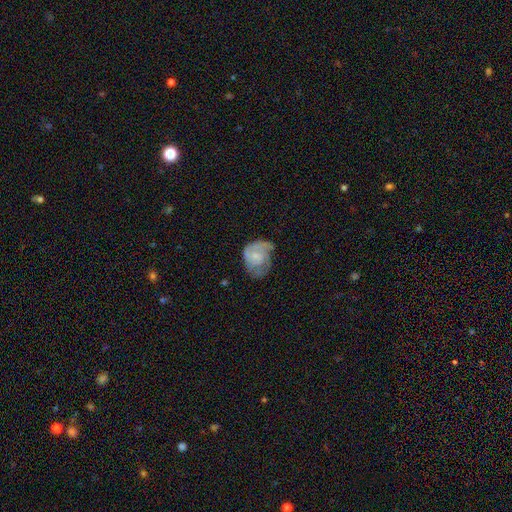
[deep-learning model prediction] Smooth or featured?
  - featured or disk: 57% *
  - smooth: 35%
  - star or artifact: 7%
Edge-on disk?
  - no: 98% *
  - yes: 2%
Bar?
  - no: 70% *
  - weak: 26%
  - strong: 4%
Spiral arms?
  - yes: 77% *
  - no: 23%
Bulge size?
  - small: 53% *
  - moderate: 25%
  - none: 18%
  - large: 3%
  - dominant: 1%
Merging?
  - none: 36% *
  - major disturbance: 32%
  - minor disturbance: 30%
  - merger: 2%